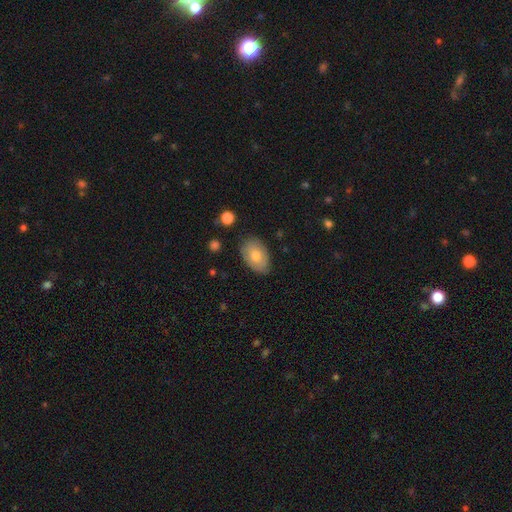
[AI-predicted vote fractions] A smooth galaxy with no disk features (70%) that is in between round and cigar-shaped (89%).

Vote fractions:
- Smooth or featured? smooth: 70% / featured or disk: 24% / star or artifact: 7%
- How rounded? in between: 89% / round: 10% / cigar-shaped: 1%
- Merging? none: 80% / minor disturbance: 16% / major disturbance: 3% / merger: 1%